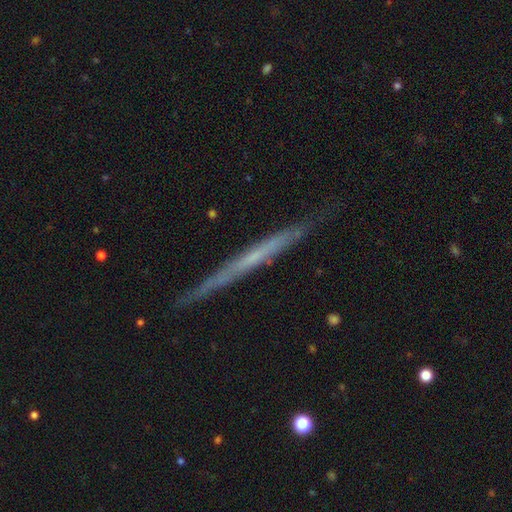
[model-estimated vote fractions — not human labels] A featured or disk galaxy (62%) viewed edge-on (96%) with no central bulge (87%). Merging: none (87%).